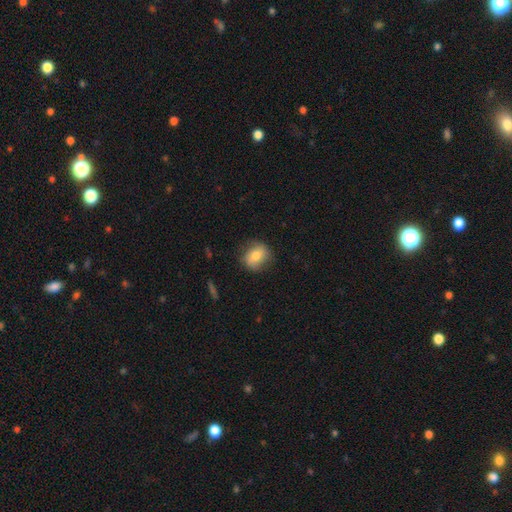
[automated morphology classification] A smooth galaxy with no disk features (70%) that is round (65%). Merging: none (77%).